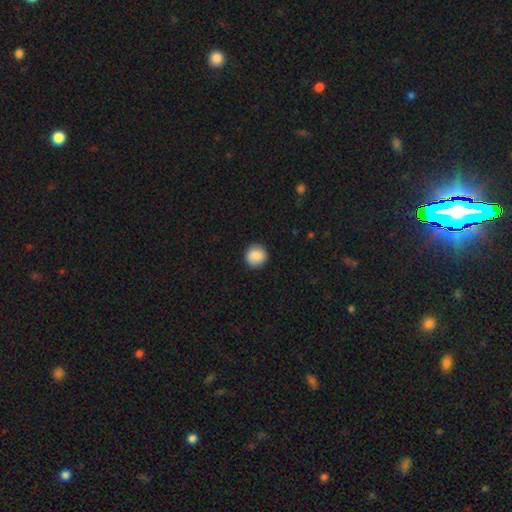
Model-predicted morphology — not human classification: Smooth or featured? Predicted: smooth (p=0.88). How rounded? Predicted: round (p=0.92). Merging? Predicted: none (p=0.90).